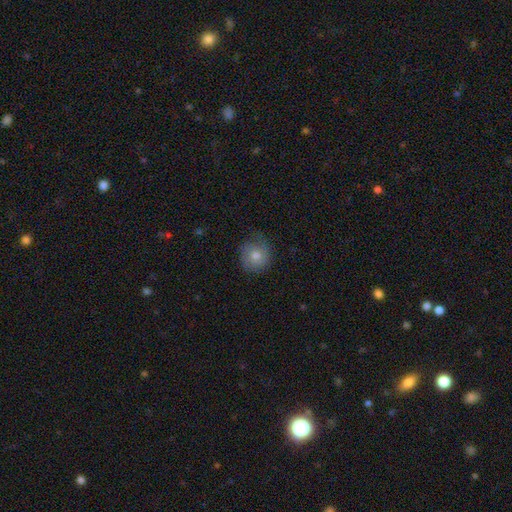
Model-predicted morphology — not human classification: Q: Smooth or featured?
A: smooth (55%); runner-up: featured or disk (34%)
Q: How rounded?
A: round (86%); runner-up: in between (13%)
Q: Merging?
A: none (73%); runner-up: minor disturbance (19%)